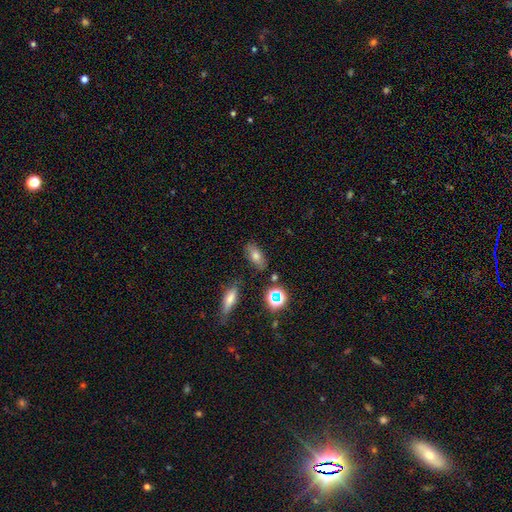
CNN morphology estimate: smooth_or_featured: smooth (p=0.69) [alt: featured or disk p=0.17]
how_rounded: in between (p=0.81) [alt: cigar-shaped p=0.11]
merging: none (p=0.80) [alt: minor disturbance p=0.13]